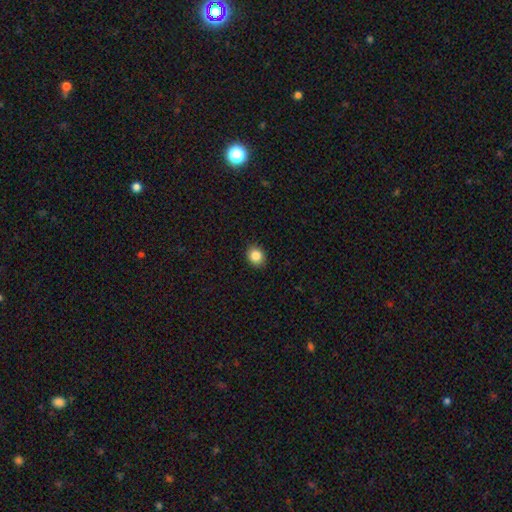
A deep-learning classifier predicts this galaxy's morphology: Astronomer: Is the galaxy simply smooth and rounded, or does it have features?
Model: smooth — 85%.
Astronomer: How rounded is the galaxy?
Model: round — 64%.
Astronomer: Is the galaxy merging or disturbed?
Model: none — 90%.